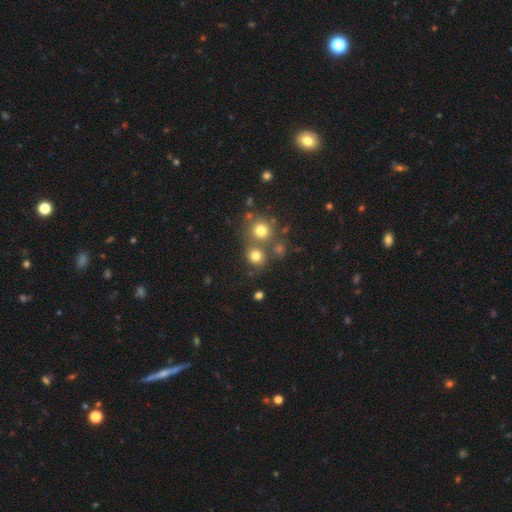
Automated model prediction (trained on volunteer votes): This is likely a smooth galaxy (76%). How rounded: clearly round (84%). Merging: possibly none (60%).